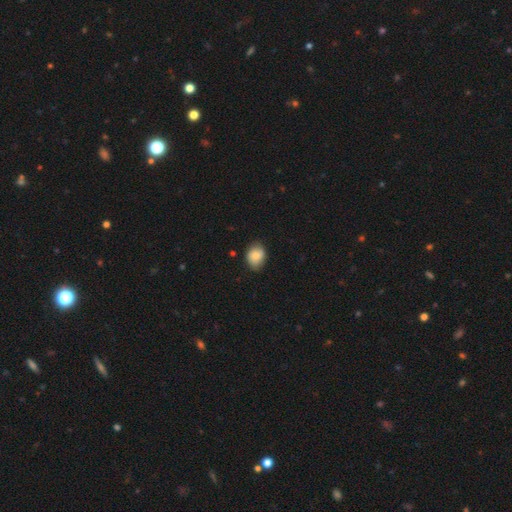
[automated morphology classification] This appears to be a smooth galaxy with no disk features (79%) that is in between round and cigar-shaped (55%). Merging: none (75%).